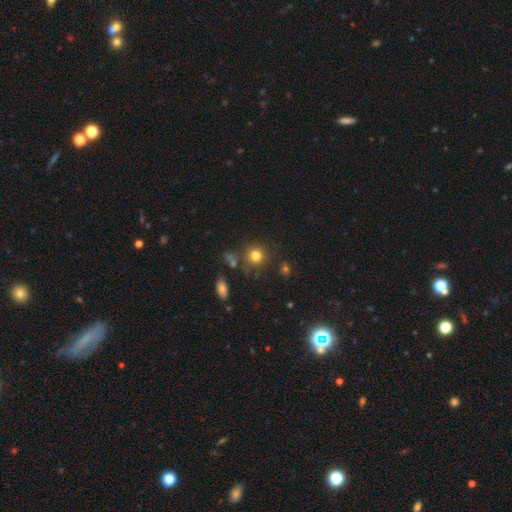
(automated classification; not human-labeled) A smooth galaxy with no disk features (79%) that is round (89%).

Vote fractions:
- Smooth or featured? smooth: 79% / star or artifact: 14% / featured or disk: 8%
- How rounded? round: 89% / in between: 10% / cigar-shaped: 1%
- Merging? none: 77% / minor disturbance: 11% / merger: 8% / major disturbance: 5%